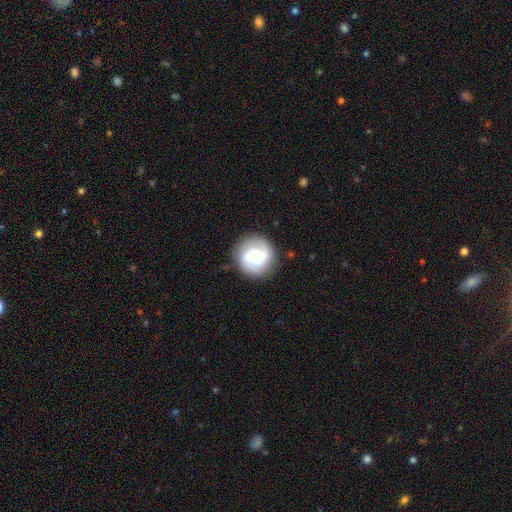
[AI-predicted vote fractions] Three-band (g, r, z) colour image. It shows a featured or disk galaxy (64%) with no bar (66%), 2 (67%) tight (46%) spiral arms (93%) and a small central bulge (49%). Merging: none (85%).